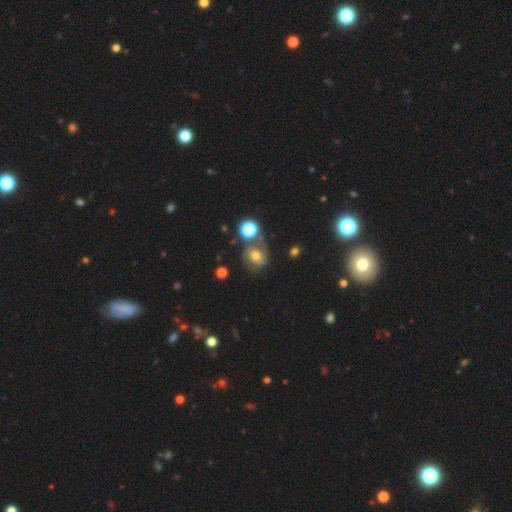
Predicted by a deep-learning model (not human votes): Overall: smooth (44%; featured or disk 39%). Merging: none (61%).